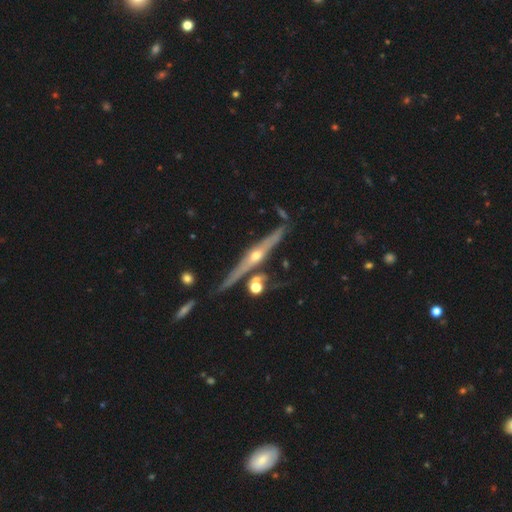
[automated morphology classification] Smooth or featured? Predicted: featured or disk (p=0.83). Edge-on disk? Predicted: yes (p=0.96). Edge-on bulge? Predicted: rounded (p=0.89). Merging? Predicted: none (p=0.80).